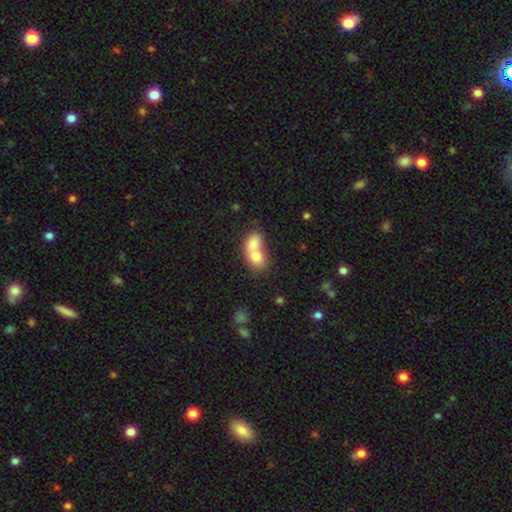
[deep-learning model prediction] Smooth or featured: smooth — 73% (featured or disk — 19%)
How rounded: in between — 60% (round — 38%)
Merging: merger — 77% (none — 15%)